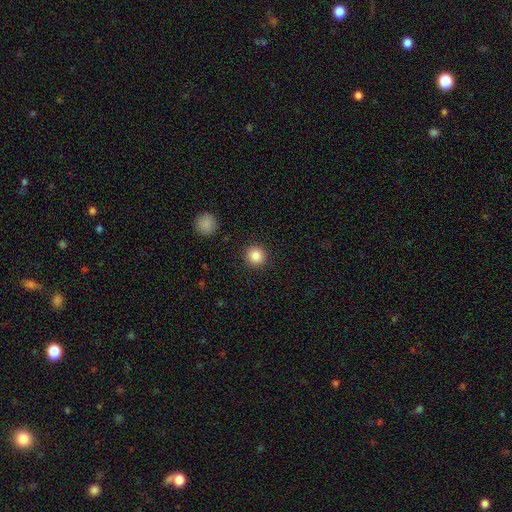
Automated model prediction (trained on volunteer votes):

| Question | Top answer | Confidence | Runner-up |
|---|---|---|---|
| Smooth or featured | smooth | 86% | star or artifact (10%) |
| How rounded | round | 95% | in between (4%) |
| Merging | none | 91% | minor disturbance (5%) |